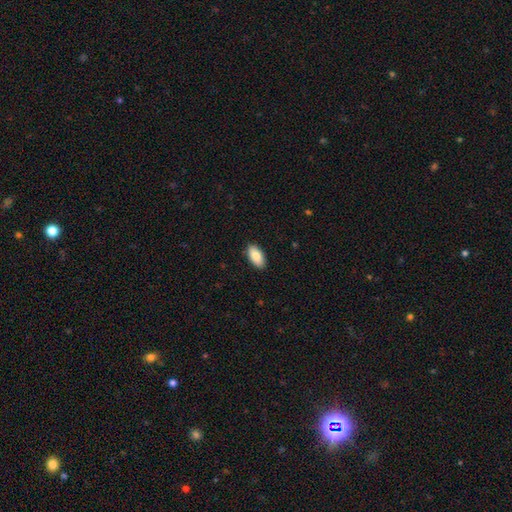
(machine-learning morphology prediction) Smooth or featured? Predicted: smooth (p=0.83). How rounded? Predicted: in between (p=0.94). Merging? Predicted: none (p=0.90).